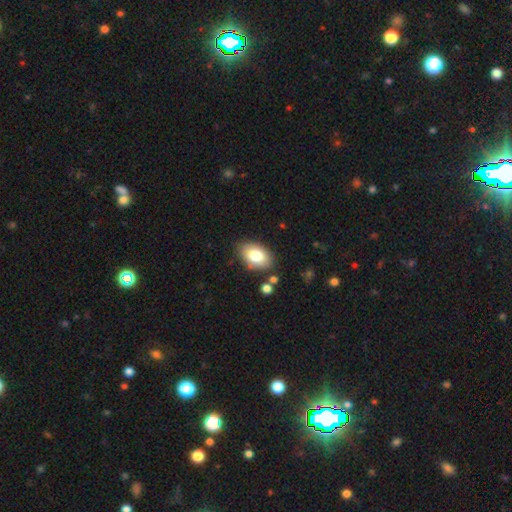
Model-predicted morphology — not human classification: A smooth galaxy with no disk features (79%) that is in between round and cigar-shaped (89%). Merging: none (80%).